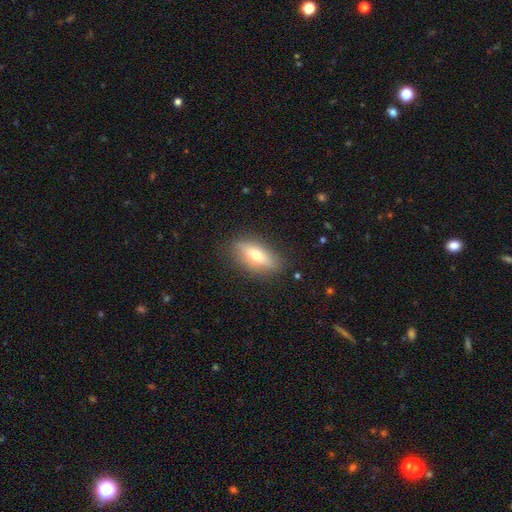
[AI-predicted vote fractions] Smooth or featured? Predicted: smooth (p=0.58). How rounded? Predicted: in between (p=0.69). Merging? Predicted: none (p=0.84).